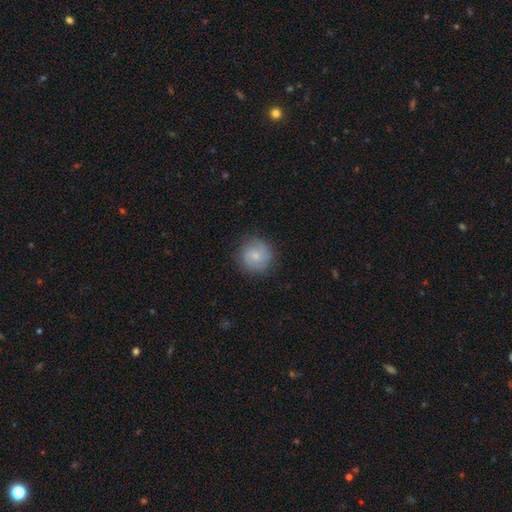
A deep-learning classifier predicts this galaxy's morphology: smooth-or-featured: smooth: 60% | featured or disk: 32% | star or artifact: 7%
  how-rounded: round: 92% | in between: 7% | cigar-shaped: 1%
  merging: none: 83% | minor disturbance: 12% | major disturbance: 4% | merger: 1%